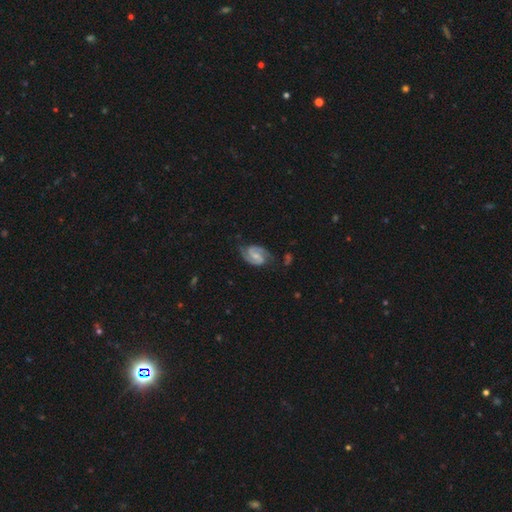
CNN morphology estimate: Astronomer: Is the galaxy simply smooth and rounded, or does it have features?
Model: featured or disk — 90%.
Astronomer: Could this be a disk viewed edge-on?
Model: no — 98%.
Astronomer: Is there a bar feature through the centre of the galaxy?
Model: weak — 51% (runner-up: no, 26%).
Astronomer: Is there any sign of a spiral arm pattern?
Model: yes — 98%.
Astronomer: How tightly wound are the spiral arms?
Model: medium — 54% (runner-up: tight, 34%).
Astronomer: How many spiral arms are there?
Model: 2 — 93%.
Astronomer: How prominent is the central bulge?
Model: small — 52% (runner-up: moderate, 36%).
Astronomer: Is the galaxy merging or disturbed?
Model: none — 75%.